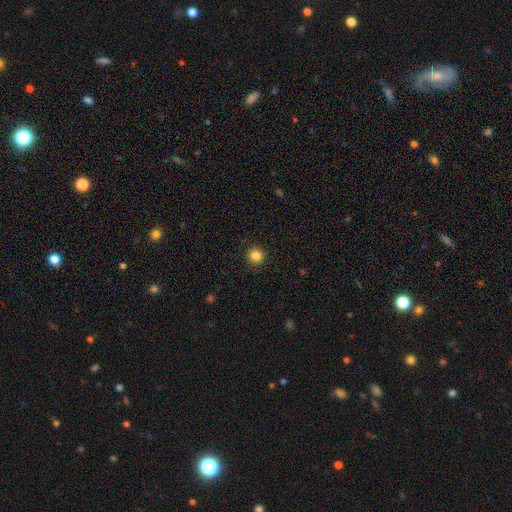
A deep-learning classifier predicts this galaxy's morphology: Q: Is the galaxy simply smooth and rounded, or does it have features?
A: smooth — 85%.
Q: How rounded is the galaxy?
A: round — 94%.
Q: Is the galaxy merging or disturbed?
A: none — 91%.